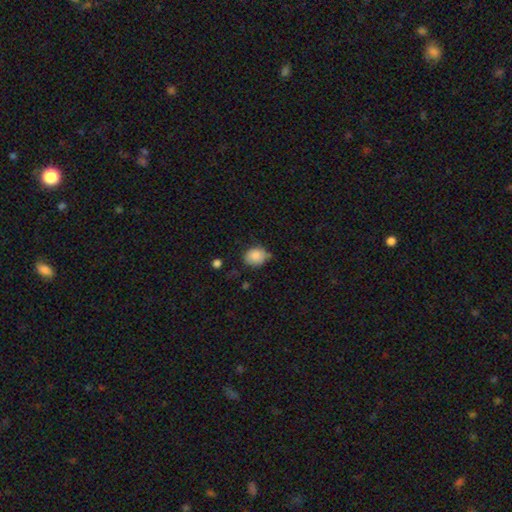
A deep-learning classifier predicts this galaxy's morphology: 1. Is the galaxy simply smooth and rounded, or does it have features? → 86% smooth, 9% star or artifact, 5% featured or disk.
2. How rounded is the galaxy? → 62% round, 38% in between, 1% cigar-shaped.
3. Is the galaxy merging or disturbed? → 66% none, 25% minor disturbance, 5% major disturbance, 4% merger.